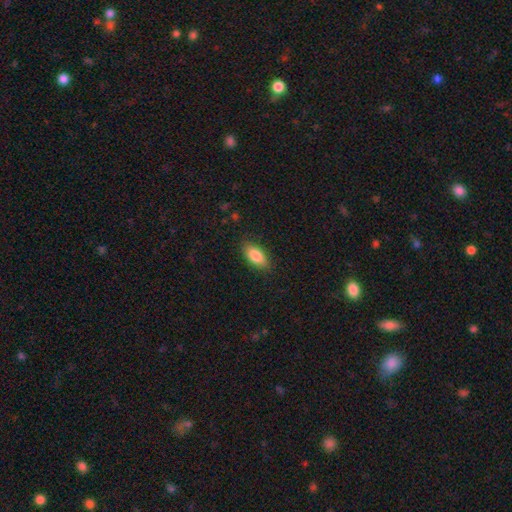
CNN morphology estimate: Q: Smooth or featured?
A: smooth (86%); runner-up: featured or disk (7%)
Q: How rounded?
A: in between (90%); runner-up: cigar-shaped (7%)
Q: Merging?
A: none (85%); runner-up: minor disturbance (11%)